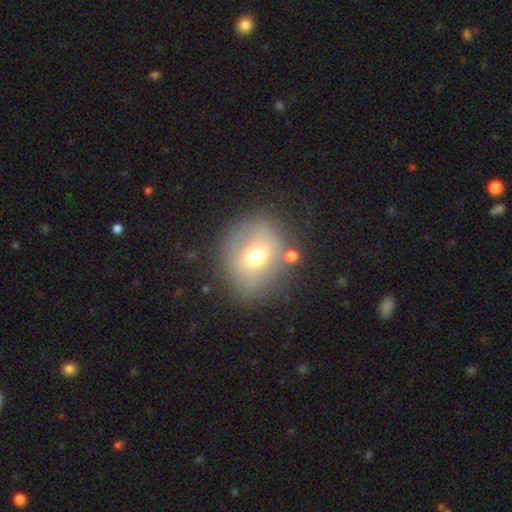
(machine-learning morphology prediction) This is likely a smooth galaxy (61%). How rounded: likely round (74%). Merging: likely none (71%).